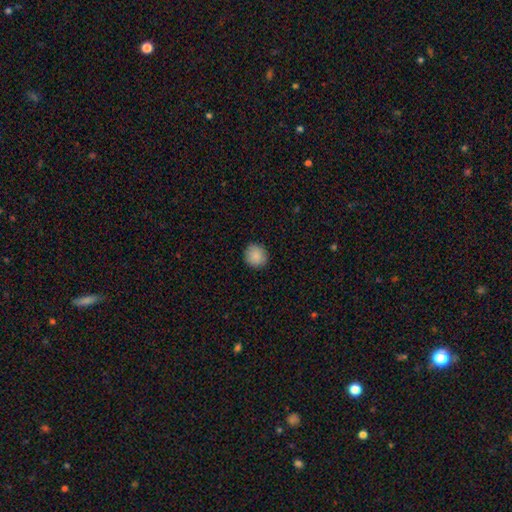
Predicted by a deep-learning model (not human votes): A smooth galaxy with no disk features (88%) that is round (87%). Merging: none (90%).